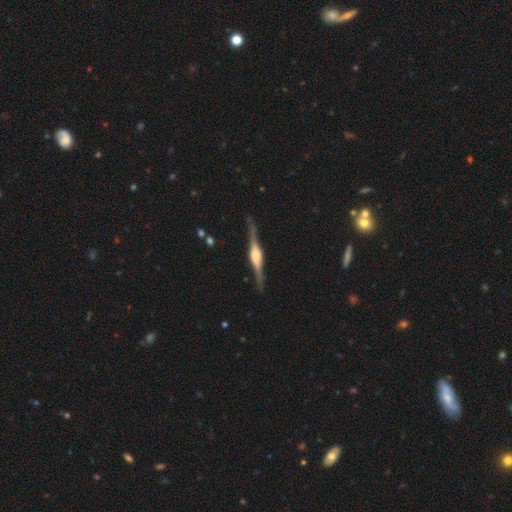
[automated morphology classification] Smooth or featured?
  - featured or disk: 84% *
  - smooth: 11%
  - star or artifact: 5%
Edge-on disk?
  - yes: 98% *
  - no: 2%
Edge-on bulge?
  - rounded: 69% *
  - boxy: 27%
  - none: 4%
Merging?
  - none: 87% *
  - minor disturbance: 10%
  - major disturbance: 2%
  - merger: 1%